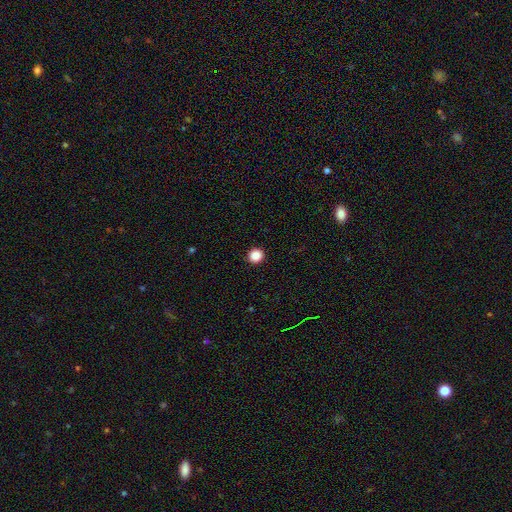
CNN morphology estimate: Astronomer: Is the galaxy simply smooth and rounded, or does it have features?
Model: smooth — 87%.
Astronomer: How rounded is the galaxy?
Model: round — 94%.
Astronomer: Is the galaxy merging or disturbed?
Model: none — 94%.